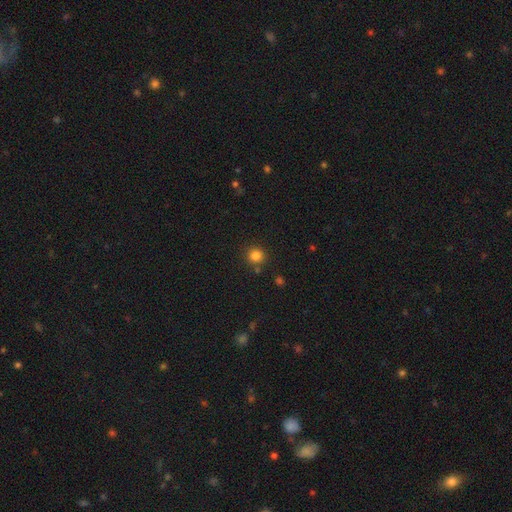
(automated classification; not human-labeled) smooth 83%, star or artifact 13%, featured or disk 5%. Down the decision tree: how rounded — round (92%); merging — none (84%).